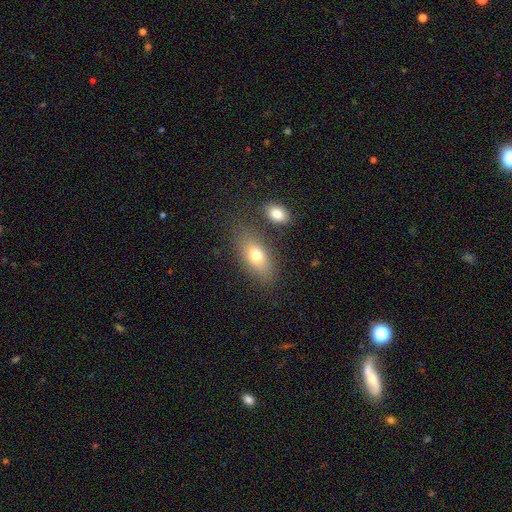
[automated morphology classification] This is likely a smooth galaxy (72%). How rounded: clearly in between (83%). Merging: likely none (73%).